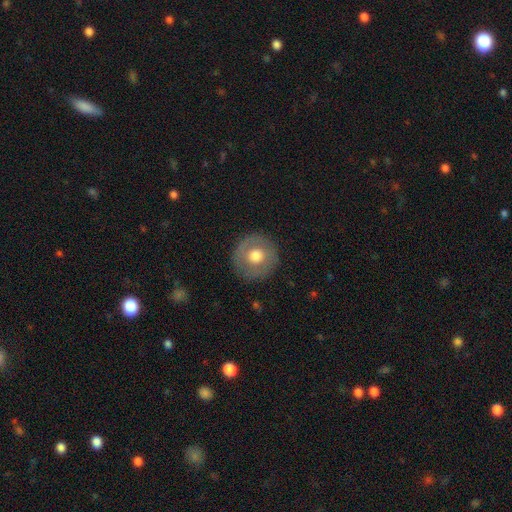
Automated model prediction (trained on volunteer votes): This appears to be a smooth galaxy with no disk features (59%) that is round (94%). Merging: none (85%).